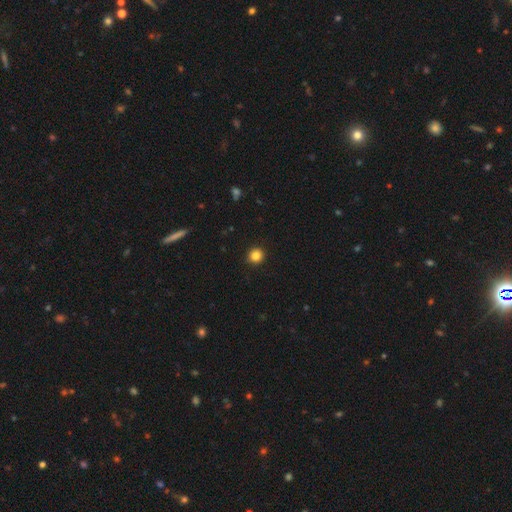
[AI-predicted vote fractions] smooth-or-featured: smooth: 85% | star or artifact: 11% | featured or disk: 4%
  how-rounded: round: 93% | in between: 6% | cigar-shaped: 1%
  merging: none: 93% | minor disturbance: 5% | major disturbance: 2% | merger: 1%